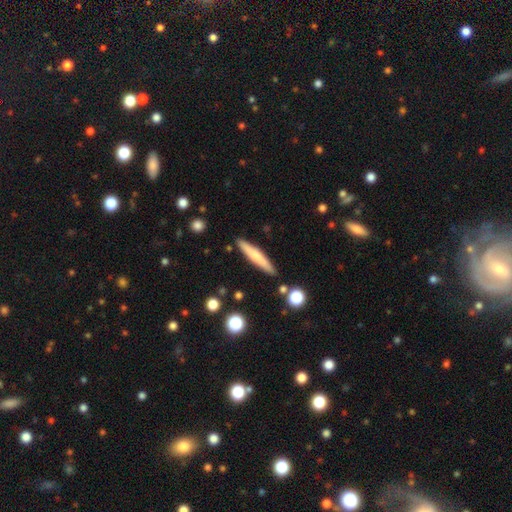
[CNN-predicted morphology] A smooth galaxy with no disk features (64%) that is cigar-shaped (92%). Merging: none (87%).